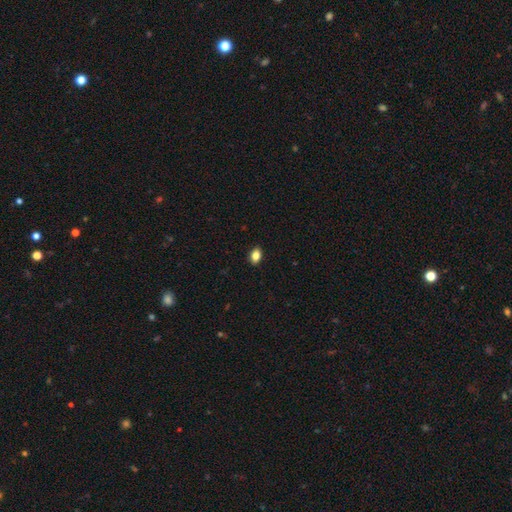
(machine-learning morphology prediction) smooth-or-featured: smooth: 84% | star or artifact: 9% | featured or disk: 7%
  how-rounded: in between: 83% | round: 15% | cigar-shaped: 2%
  merging: none: 89% | minor disturbance: 8% | major disturbance: 2% | merger: 1%